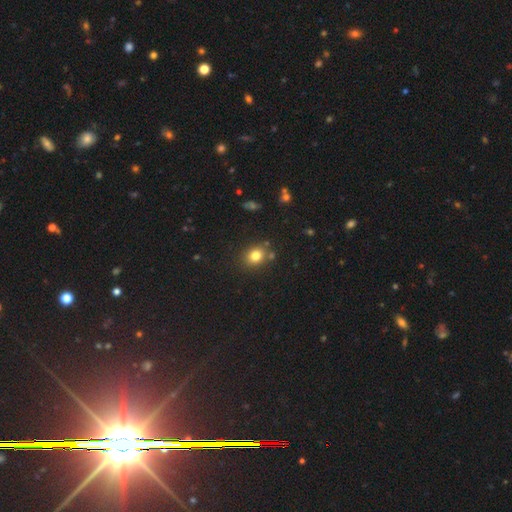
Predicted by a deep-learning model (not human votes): A smooth galaxy with no disk features (80%) that is round (57%). Merging: none (78%).